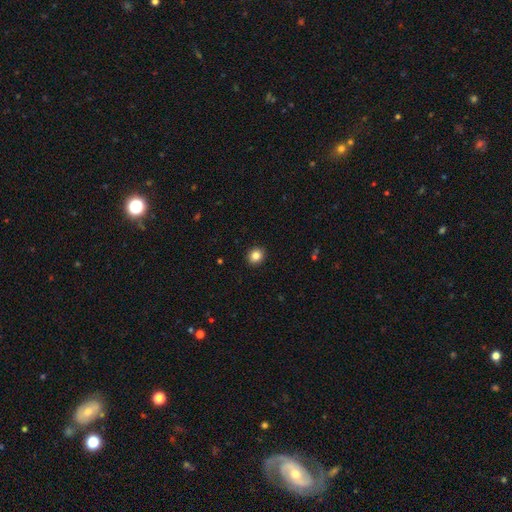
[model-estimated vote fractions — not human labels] A smooth galaxy with no disk features (85%) that is round (79%). Merging: none (92%).